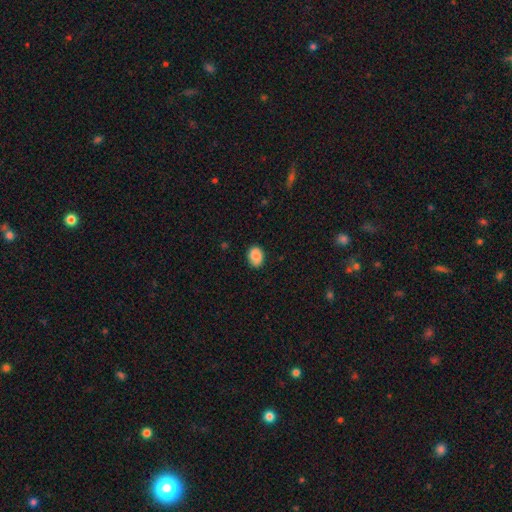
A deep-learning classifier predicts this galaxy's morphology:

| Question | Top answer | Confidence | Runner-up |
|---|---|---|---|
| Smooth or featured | smooth | 82% | featured or disk (10%) |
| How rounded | in between | 61% | round (38%) |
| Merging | none | 81% | minor disturbance (15%) |